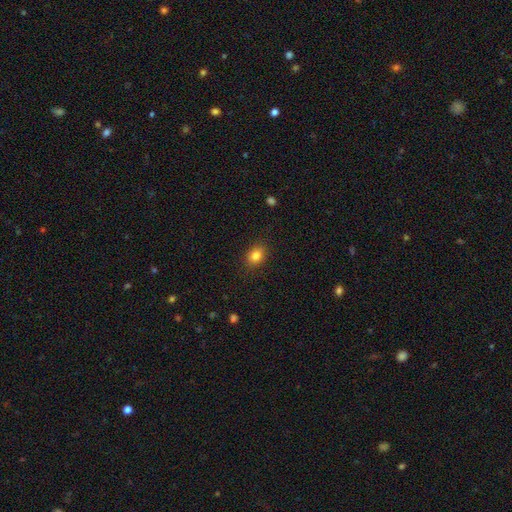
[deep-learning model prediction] Smooth or featured?
  - smooth: 83% *
  - star or artifact: 11%
  - featured or disk: 7%
How rounded?
  - in between: 59% *
  - round: 40%
  - cigar-shaped: 1%
Merging?
  - none: 87% *
  - minor disturbance: 9%
  - major disturbance: 3%
  - merger: 1%